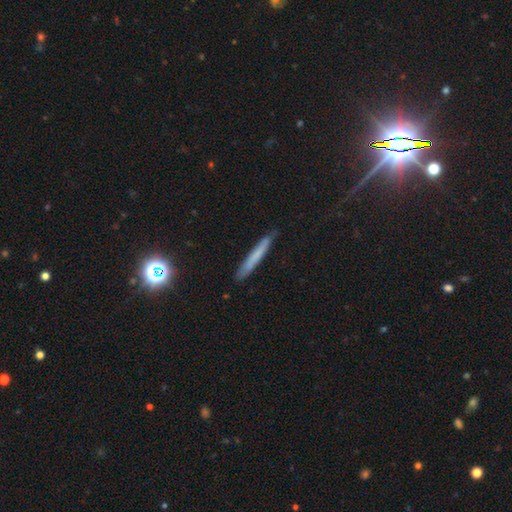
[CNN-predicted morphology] Smooth or featured?
  - smooth: 64% *
  - featured or disk: 28%
  - star or artifact: 9%
How rounded?
  - cigar-shaped: 96% *
  - in between: 3%
  - round: 1%
Merging?
  - none: 86% *
  - minor disturbance: 11%
  - major disturbance: 2%
  - merger: 1%